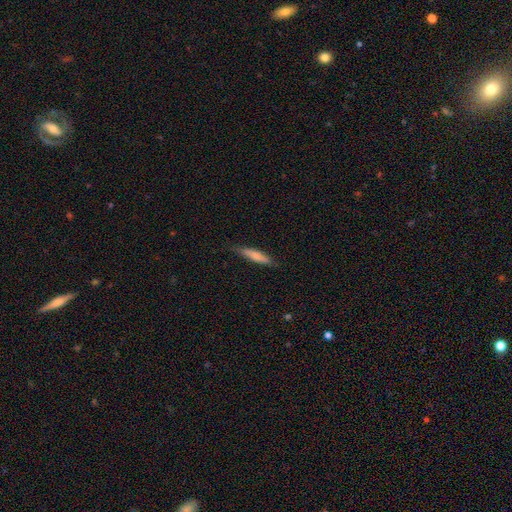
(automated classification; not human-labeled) This appears to be a smooth galaxy with no disk features (77%) that is cigar-shaped (83%). Merging: none (79%).